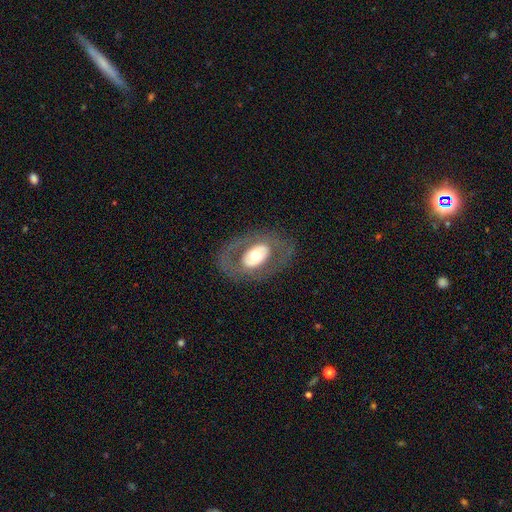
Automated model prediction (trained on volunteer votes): smooth-or-featured: featured or disk: 62% | smooth: 32% | star or artifact: 6%
  disk-edge-on: no: 92% | yes: 8%
    bar: no: 72% | weak: 17% | strong: 10%
    has-spiral-arms: no: 74% | yes: 26%
    bulge-size: moderate: 61% | large: 27% | small: 8% | dominant: 3% | none: 1%
  merging: none: 75% | minor disturbance: 12% | major disturbance: 12% | merger: 1%